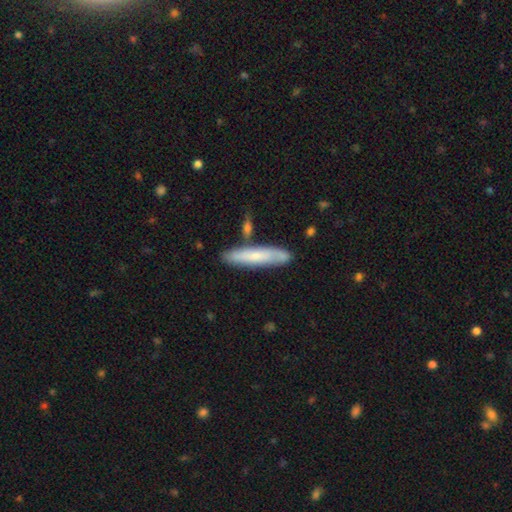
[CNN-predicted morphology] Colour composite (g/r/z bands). It shows a smooth galaxy with no disk features (59%) that is cigar-shaped (87%). Merging: none (76%).